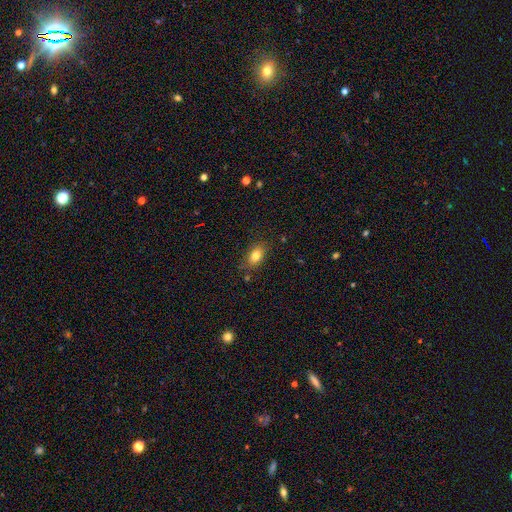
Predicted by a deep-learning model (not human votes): Smooth or featured?
  - smooth: 81% *
  - star or artifact: 10%
  - featured or disk: 9%
How rounded?
  - in between: 83% *
  - round: 15%
  - cigar-shaped: 3%
Merging?
  - none: 81% *
  - minor disturbance: 14%
  - major disturbance: 3%
  - merger: 2%